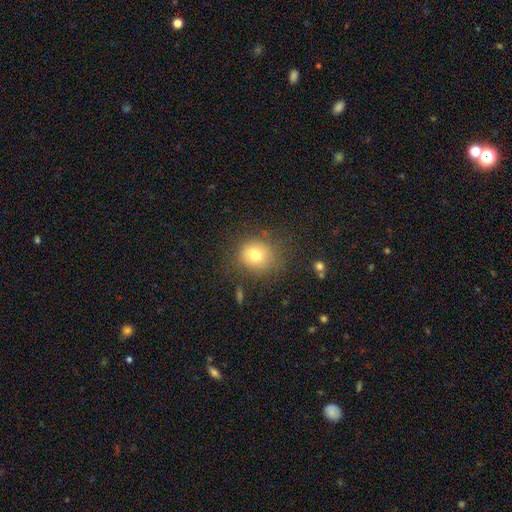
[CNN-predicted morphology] Smooth or featured? smooth (74%)
How rounded? round (81%)
Merging? none (76%)